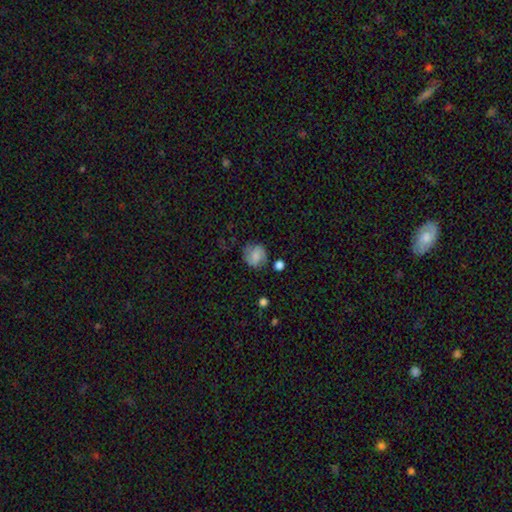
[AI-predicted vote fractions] Q: Smooth or featured?
A: smooth (56%); runner-up: featured or disk (35%)
Q: How rounded?
A: round (83%); runner-up: in between (16%)
Q: Merging?
A: none (72%); runner-up: minor disturbance (18%)